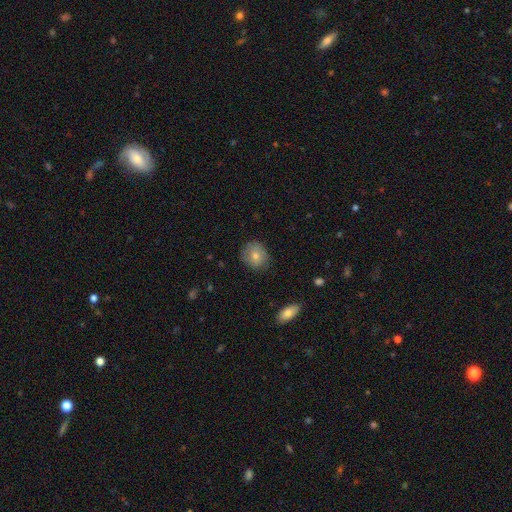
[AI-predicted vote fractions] Q: Smooth or featured?
A: smooth (77%); runner-up: featured or disk (15%)
Q: How rounded?
A: round (70%); runner-up: in between (29%)
Q: Merging?
A: none (78%); runner-up: minor disturbance (17%)